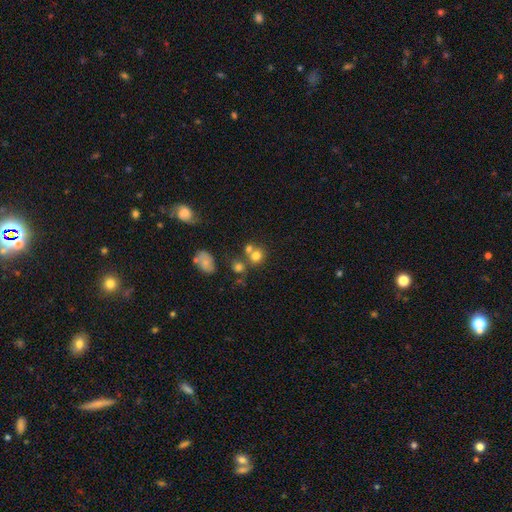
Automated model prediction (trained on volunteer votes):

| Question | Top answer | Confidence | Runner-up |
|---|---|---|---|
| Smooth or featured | smooth | 73% | star or artifact (15%) |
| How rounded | round | 78% | in between (21%) |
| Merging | none | 49% | merger (37%) |